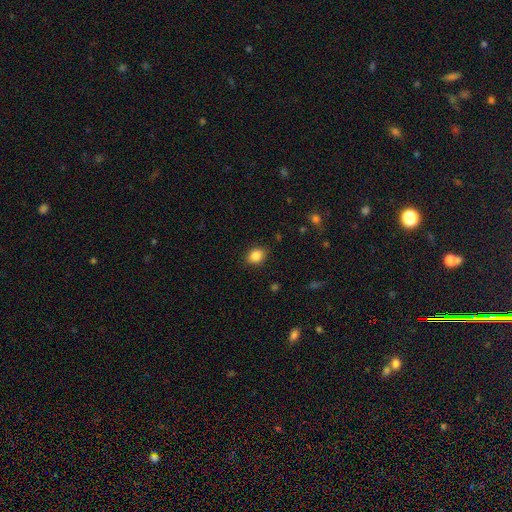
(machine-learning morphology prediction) Overall: smooth (86%). How rounded: round (53%; in between 46%). Merging: none (86%).